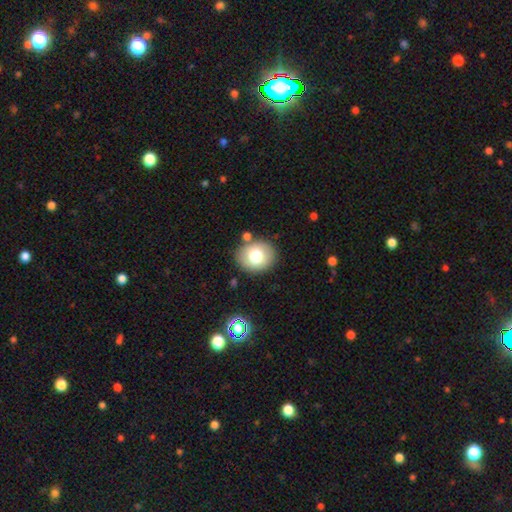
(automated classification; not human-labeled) Smooth or featured: smooth — 74% (featured or disk — 16%)
How rounded: round — 62% (in between — 37%)
Merging: none — 82% (minor disturbance — 10%)